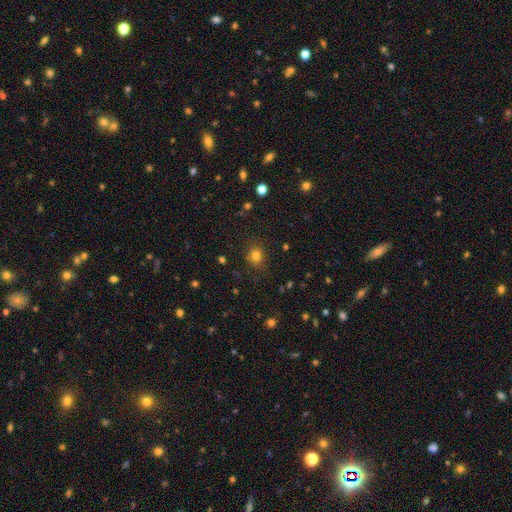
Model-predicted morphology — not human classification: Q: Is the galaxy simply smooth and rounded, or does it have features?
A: smooth — 79%.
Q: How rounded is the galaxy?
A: round — 69%.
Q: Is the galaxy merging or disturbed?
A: none — 83%.